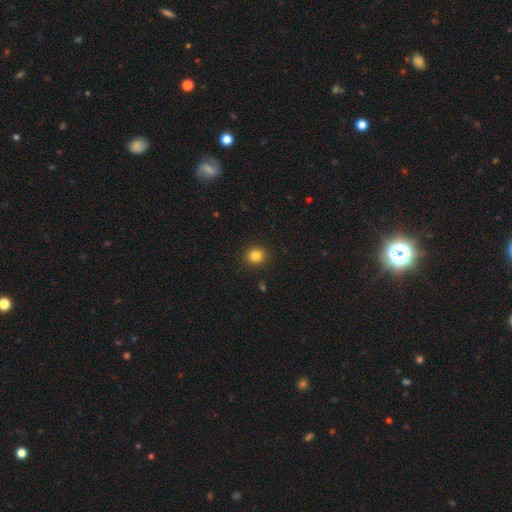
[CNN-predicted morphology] smooth_or_featured: smooth (p=0.83) [alt: star or artifact p=0.12]
how_rounded: round (p=0.88) [alt: in between p=0.11]
merging: none (p=0.91) [alt: minor disturbance p=0.06]